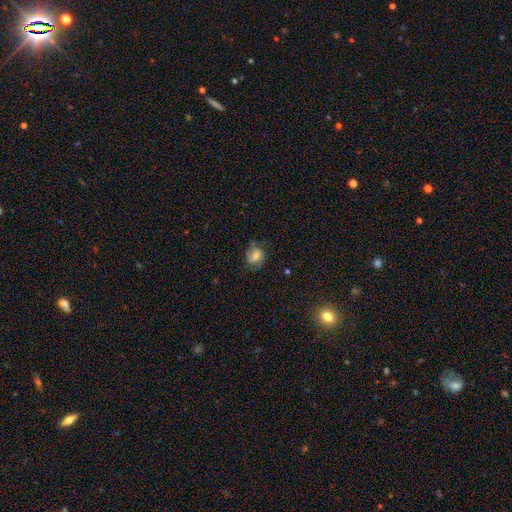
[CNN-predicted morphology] A smooth galaxy with no disk features (62%) that is round (53%). Merging: none (62%).